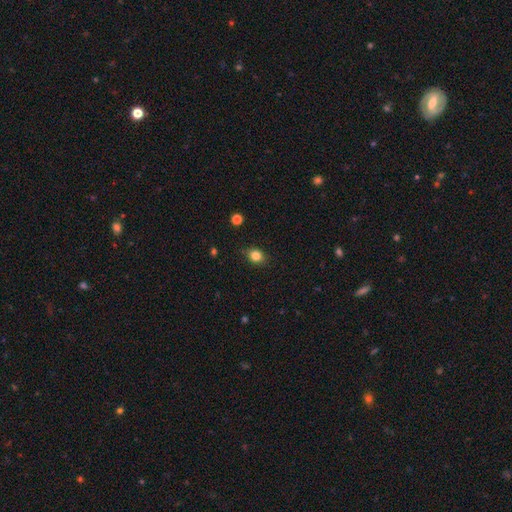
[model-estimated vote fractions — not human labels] This appears to be a smooth galaxy with no disk features (83%) that is round (57%). Merging: none (84%).